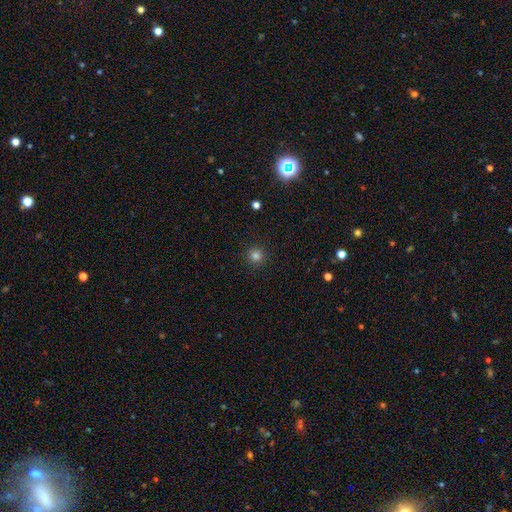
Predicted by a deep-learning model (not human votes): Q: Smooth or featured?
A: smooth (82%); runner-up: star or artifact (14%)
Q: How rounded?
A: round (95%); runner-up: in between (4%)
Q: Merging?
A: none (92%); runner-up: minor disturbance (5%)